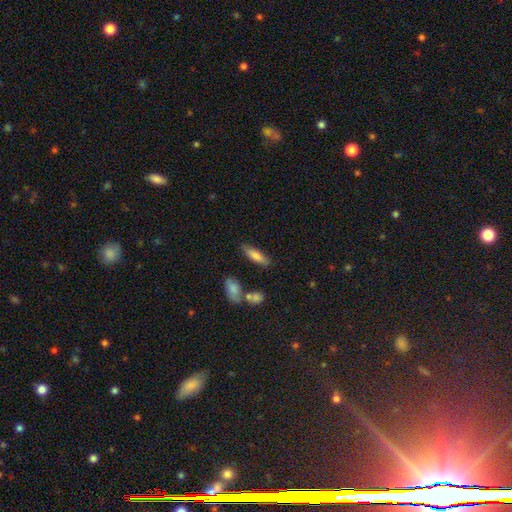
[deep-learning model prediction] Morphology: type=smooth (78%); roundness=cigar-shaped (55%); merging=none (79%).